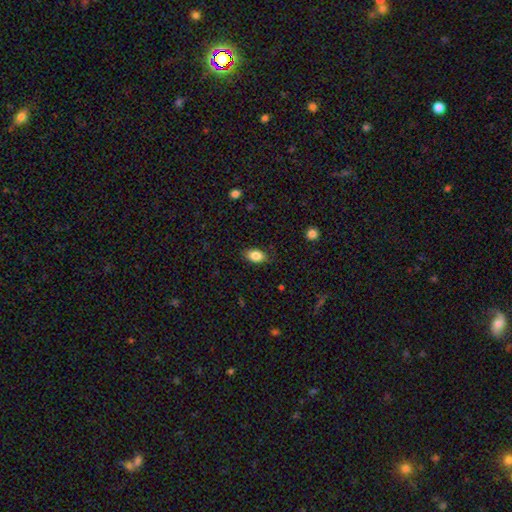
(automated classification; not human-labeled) Smooth or featured? Predicted: smooth (p=0.84). How rounded? Predicted: in between (p=0.87). Merging? Predicted: none (p=0.84).